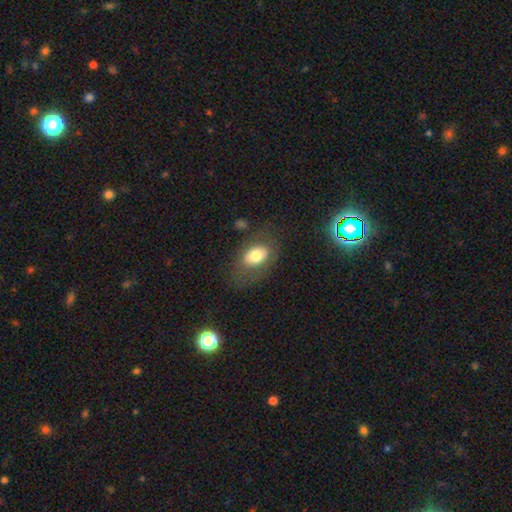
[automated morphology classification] This is likely a smooth galaxy (73%). How rounded: clearly in between (85%). Merging: likely none (67%).